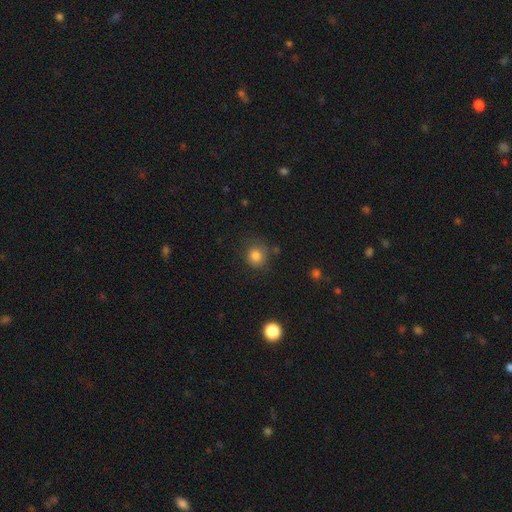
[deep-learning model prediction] Smooth or featured: smooth — 82% (star or artifact — 12%)
How rounded: round — 85% (in between — 14%)
Merging: none — 76% (minor disturbance — 16%)